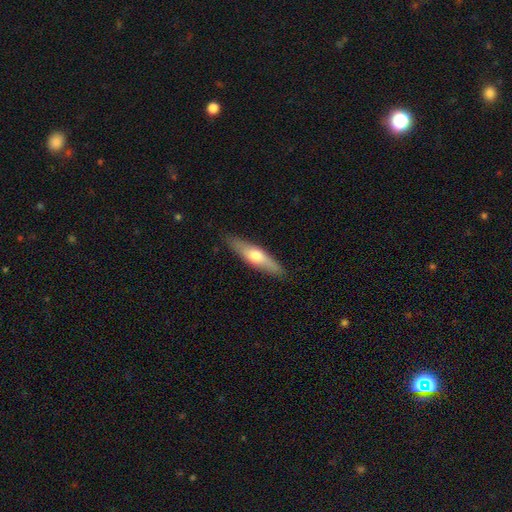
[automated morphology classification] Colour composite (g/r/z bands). It shows a smooth galaxy with no disk features (51%) that is cigar-shaped (74%). Merging: none (87%).